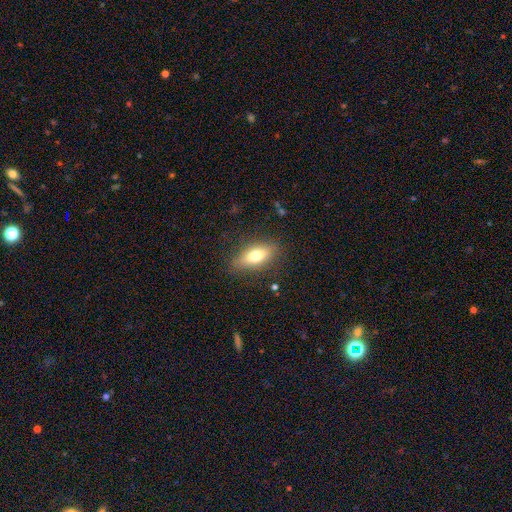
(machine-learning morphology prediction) This appears to be a smooth galaxy with no disk features (71%) that is in between round and cigar-shaped (79%). Merging: none (83%).